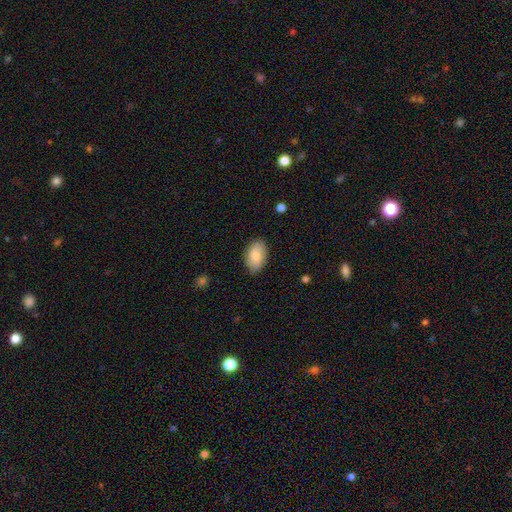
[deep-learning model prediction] Smooth or featured: smooth — 78% (featured or disk — 15%)
How rounded: in between — 91% (round — 7%)
Merging: none — 80% (minor disturbance — 16%)